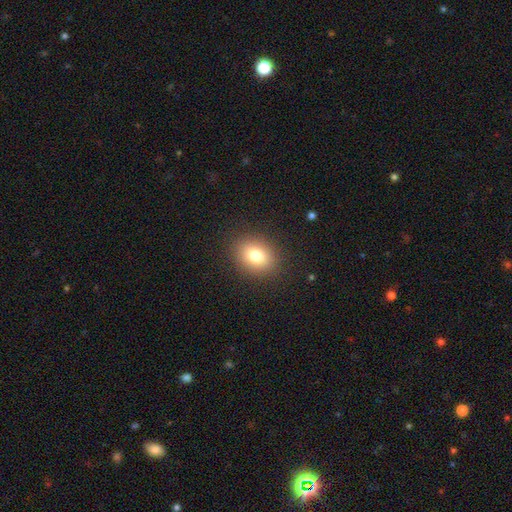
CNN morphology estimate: This is likely a smooth galaxy (80%). How rounded: possibly in between (55%). Merging: clearly none (88%).